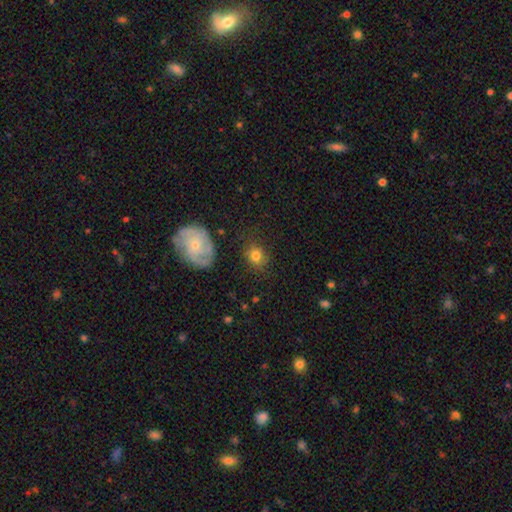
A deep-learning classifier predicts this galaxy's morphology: This appears to be a smooth galaxy with no disk features (71%) that is round (72%). Merging: none (78%).